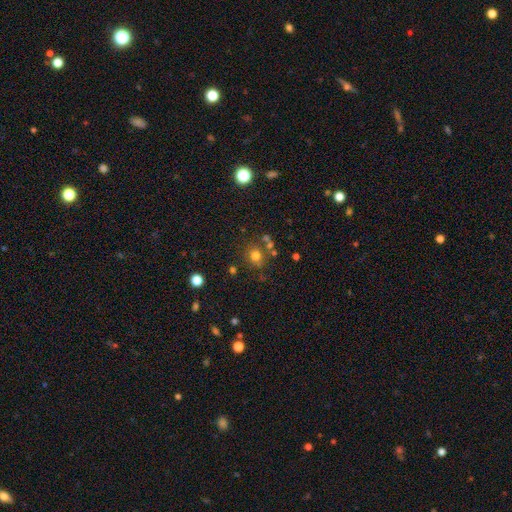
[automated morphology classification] This is likely a smooth galaxy (72%). How rounded: clearly round (84%). Merging: likely none (71%).